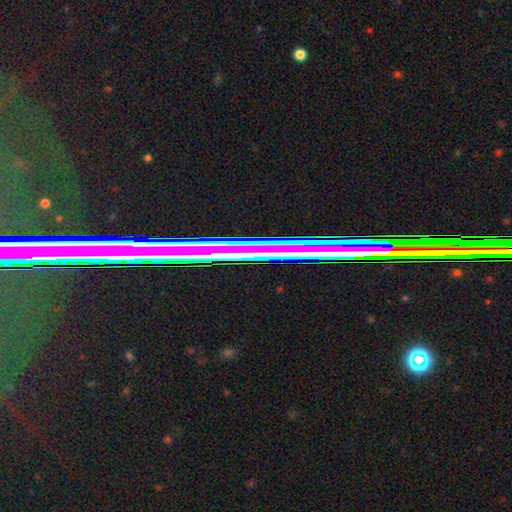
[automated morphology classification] smooth-or-featured: star or artifact: 71% | featured or disk: 18% | smooth: 11%